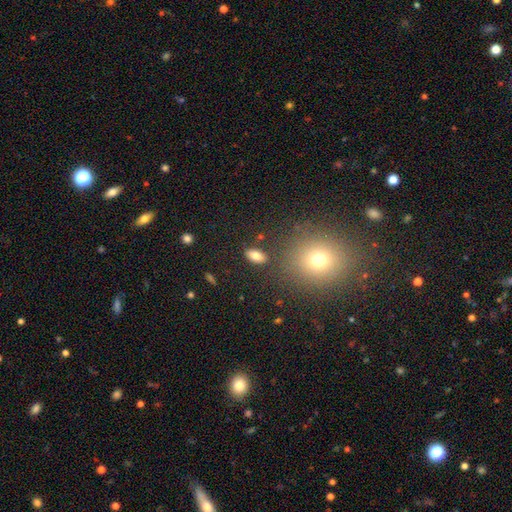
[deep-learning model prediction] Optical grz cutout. It shows a smooth galaxy with no disk features (80%) that is in between round and cigar-shaped (87%). Merging: none (85%).